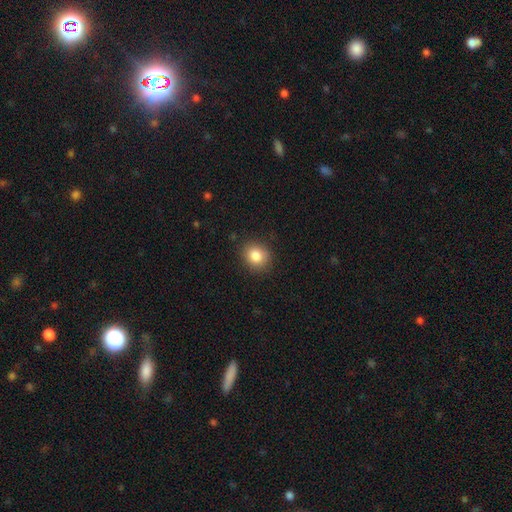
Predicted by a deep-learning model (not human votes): Smooth or featured? smooth (84%)
How rounded? round (72%)
Merging? none (86%)